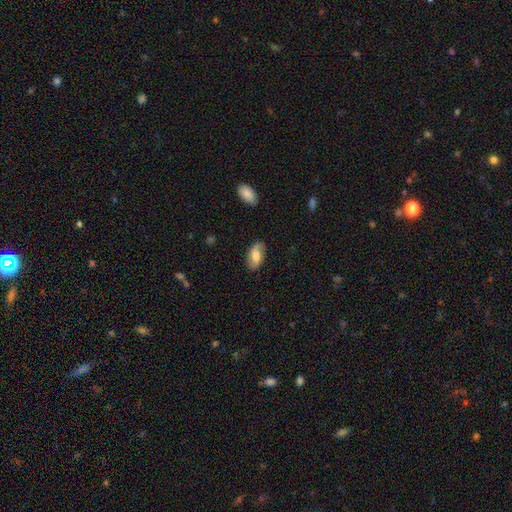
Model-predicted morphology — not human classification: A smooth galaxy with no disk features (54%) that is in between round and cigar-shaped (91%). Merging: none (79%).